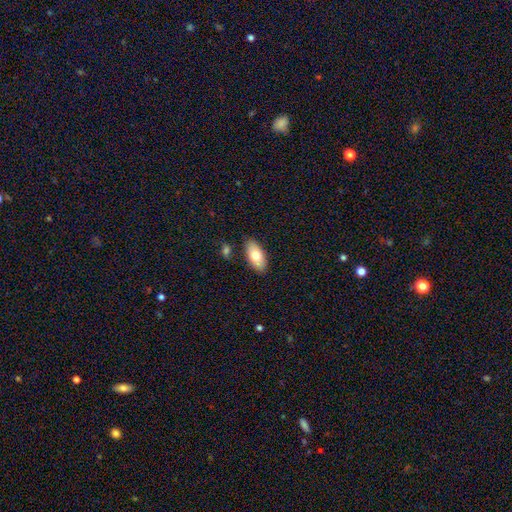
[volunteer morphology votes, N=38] smooth_or_featured: smooth (p=0.79) [alt: featured or disk p=0.13]
how_rounded: in between (p=0.93) [alt: round p=0.03]
merging: none (p=0.71) [alt: minor disturbance p=0.26]